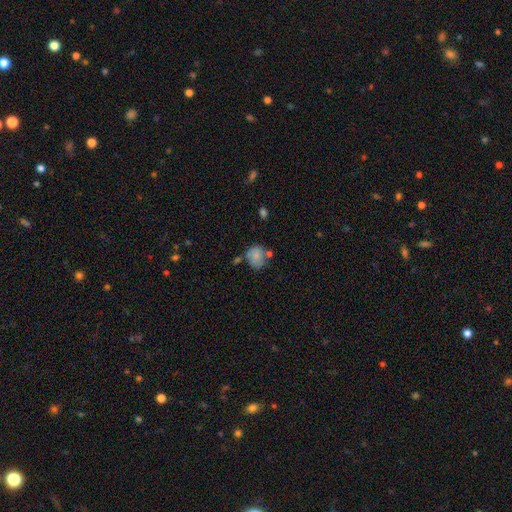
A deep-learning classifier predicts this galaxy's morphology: smooth_or_featured: smooth (p=0.77) [alt: featured or disk p=0.14]
how_rounded: round (p=0.71) [alt: in between p=0.28]
merging: none (p=0.51) [alt: minor disturbance p=0.23]